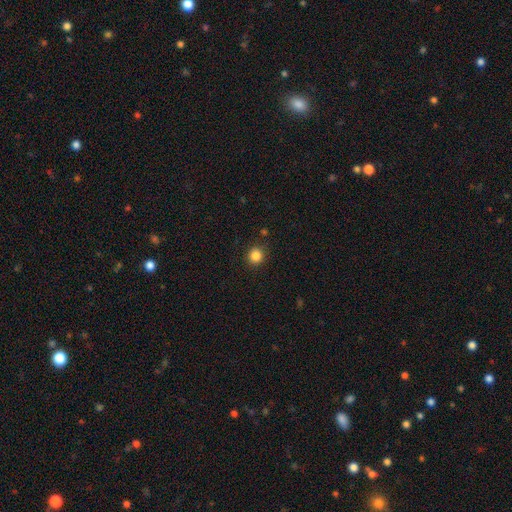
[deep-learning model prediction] smooth 85%, star or artifact 12%, featured or disk 4%. Down the decision tree: how rounded — round (91%); merging — none (89%).